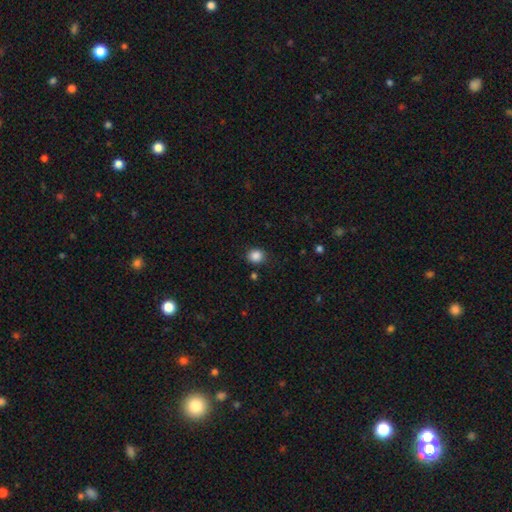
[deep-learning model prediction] Overall: smooth (86%). How rounded: round (77%). Merging: none (86%).